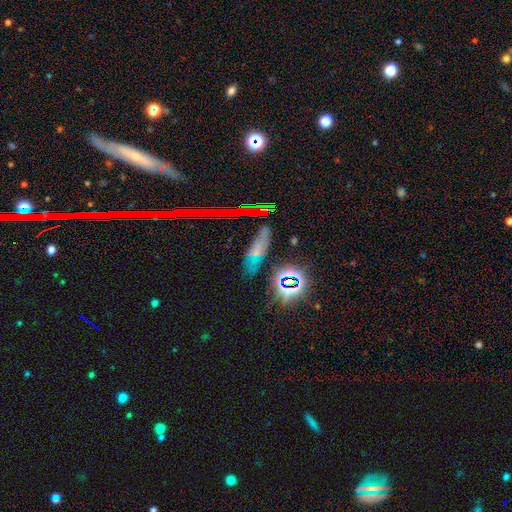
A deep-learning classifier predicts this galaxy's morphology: Overall: star or artifact (44%; smooth 29%).